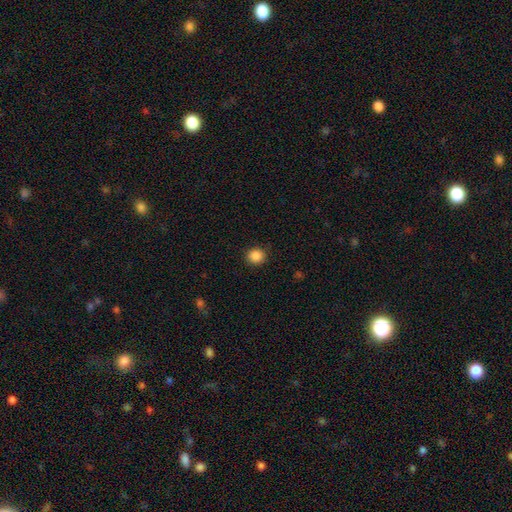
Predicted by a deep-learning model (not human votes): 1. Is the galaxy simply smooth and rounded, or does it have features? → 87% smooth, 10% star or artifact, 3% featured or disk.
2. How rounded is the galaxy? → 90% round, 10% in between, 1% cigar-shaped.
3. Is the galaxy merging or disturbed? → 89% none, 8% minor disturbance, 2% major disturbance, 1% merger.